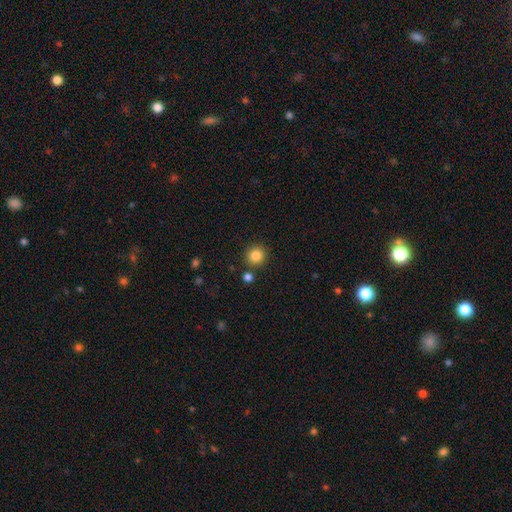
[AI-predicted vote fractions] A smooth galaxy with no disk features (85%) that is round (92%).

Vote fractions:
- Smooth or featured? smooth: 85% / star or artifact: 11% / featured or disk: 5%
- How rounded? round: 92% / in between: 8% / cigar-shaped: 1%
- Merging? none: 86% / minor disturbance: 7% / merger: 5% / major disturbance: 2%